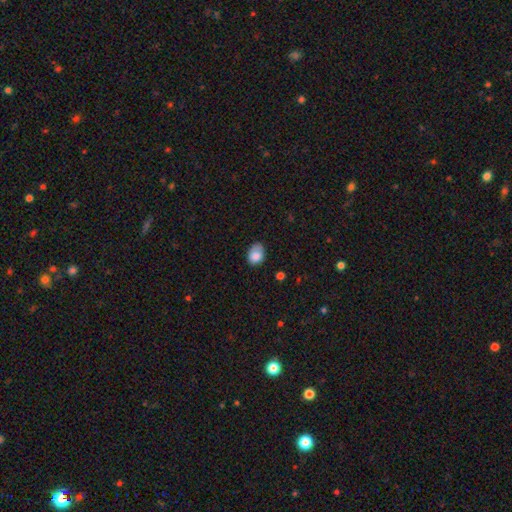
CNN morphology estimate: A smooth galaxy with no disk features (83%) that is in between round and cigar-shaped (69%).

Vote fractions:
- Smooth or featured? smooth: 83% / featured or disk: 9% / star or artifact: 8%
- How rounded? in between: 69% / round: 30% / cigar-shaped: 1%
- Merging? none: 51% / minor disturbance: 37% / major disturbance: 10% / merger: 3%